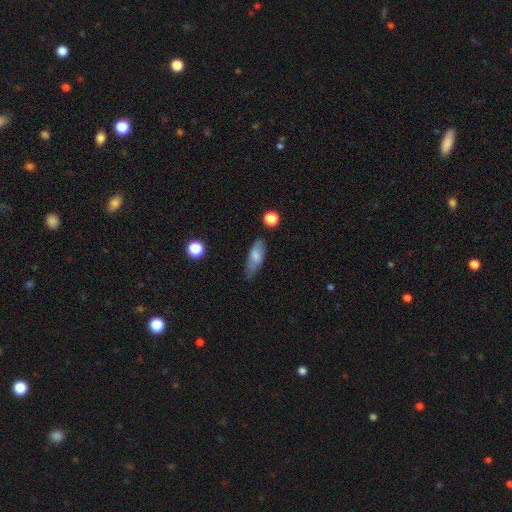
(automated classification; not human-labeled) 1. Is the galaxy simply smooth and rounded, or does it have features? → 75% smooth, 17% featured or disk, 7% star or artifact.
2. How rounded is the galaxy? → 71% in between, 27% cigar-shaped, 3% round.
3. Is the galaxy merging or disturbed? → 68% none, 24% minor disturbance, 6% major disturbance, 2% merger.